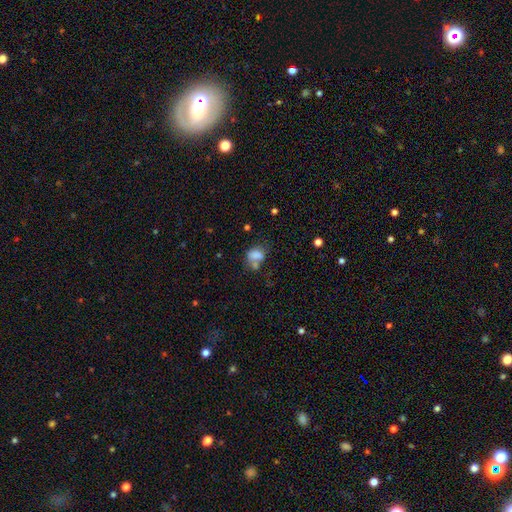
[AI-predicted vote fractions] Smooth or featured?
  - smooth: 74% *
  - featured or disk: 14%
  - star or artifact: 12%
How rounded?
  - in between: 73% *
  - round: 26%
  - cigar-shaped: 2%
Merging?
  - merger: 34% *
  - none: 32%
  - minor disturbance: 20%
  - major disturbance: 14%